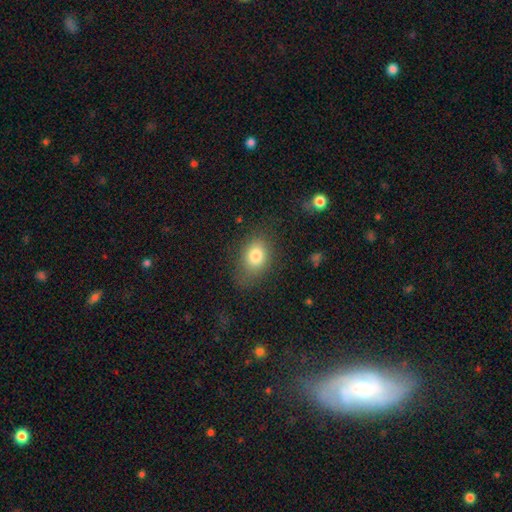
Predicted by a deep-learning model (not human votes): Smooth or featured?
  - smooth: 80% *
  - featured or disk: 10%
  - star or artifact: 10%
How rounded?
  - in between: 72% *
  - round: 26%
  - cigar-shaped: 1%
Merging?
  - none: 71% *
  - minor disturbance: 19%
  - major disturbance: 8%
  - merger: 2%